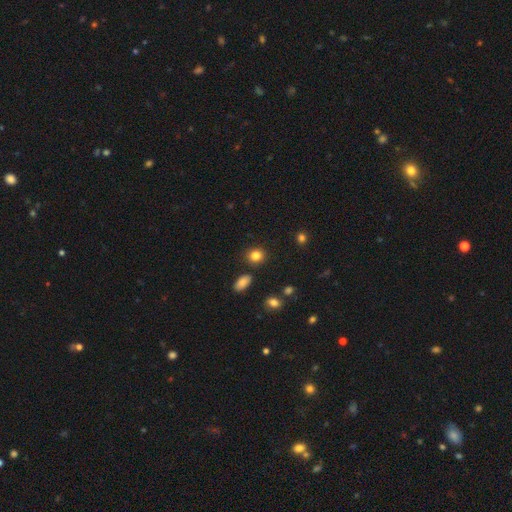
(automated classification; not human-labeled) This appears to be a smooth galaxy with no disk features (84%) that is round (73%). Merging: none (83%).